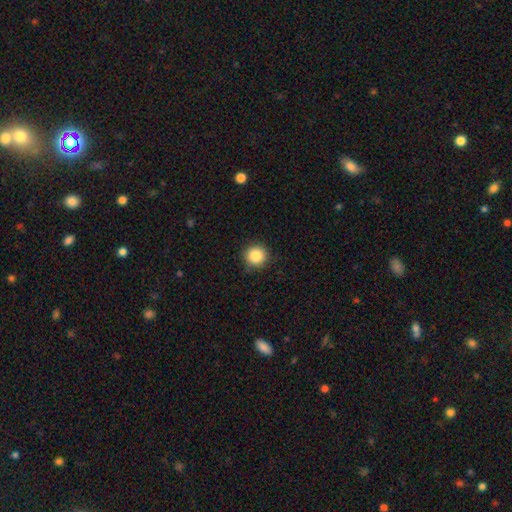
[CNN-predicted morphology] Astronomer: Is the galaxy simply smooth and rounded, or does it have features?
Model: smooth — 86%.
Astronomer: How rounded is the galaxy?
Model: round — 93%.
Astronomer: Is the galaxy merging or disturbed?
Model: none — 90%.